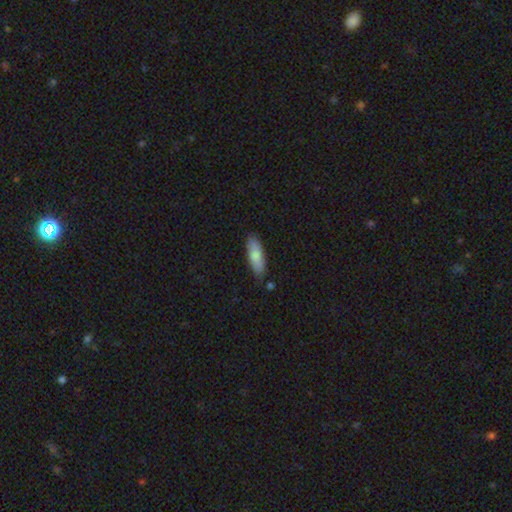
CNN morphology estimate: Q: Smooth or featured?
A: smooth (81%); runner-up: featured or disk (13%)
Q: How rounded?
A: in between (59%); runner-up: cigar-shaped (39%)
Q: Merging?
A: none (82%); runner-up: minor disturbance (13%)